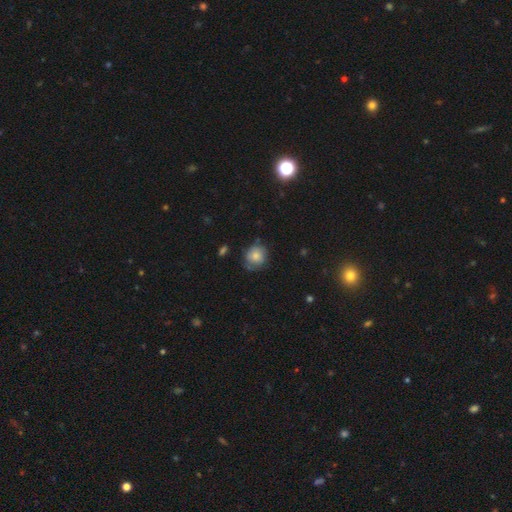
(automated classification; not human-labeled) Smooth or featured?
  - smooth: 78% *
  - featured or disk: 13%
  - star or artifact: 9%
How rounded?
  - round: 82% *
  - in between: 17%
  - cigar-shaped: 1%
Merging?
  - none: 65% *
  - minor disturbance: 26%
  - major disturbance: 6%
  - merger: 3%